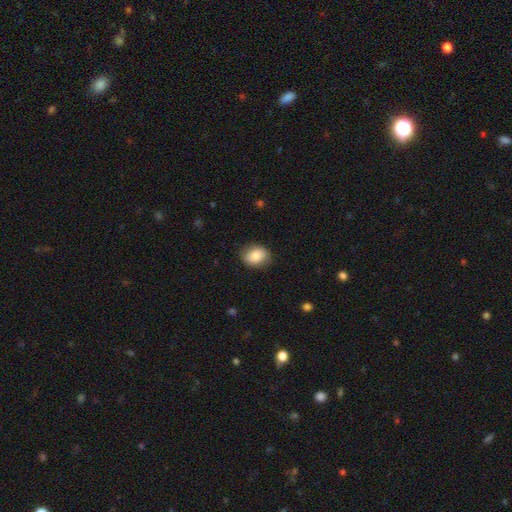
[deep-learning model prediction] The model was most divided on "how rounded": in between: 51%, round: 48%, cigar-shaped: 1%. More confident: smooth or featured — smooth (82%); merging — none (82%).